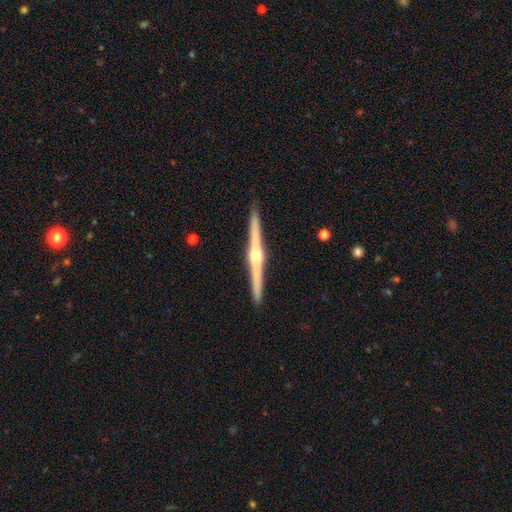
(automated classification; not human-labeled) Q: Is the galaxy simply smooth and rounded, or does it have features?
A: featured or disk — 85%.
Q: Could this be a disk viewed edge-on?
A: yes — 99%.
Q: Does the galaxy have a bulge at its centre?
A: rounded — 88%.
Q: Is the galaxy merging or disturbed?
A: none — 93%.